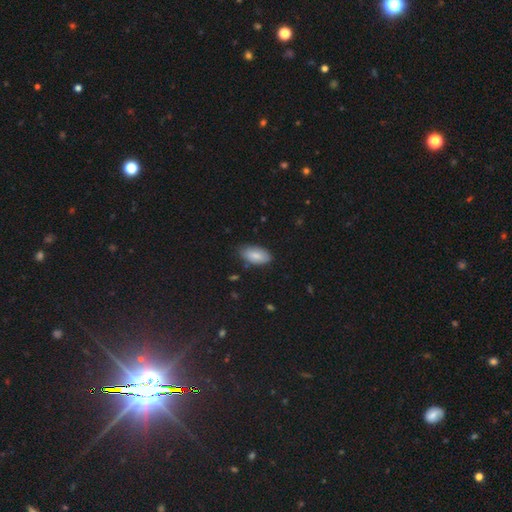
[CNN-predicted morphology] The model was most divided on "merging": none: 76%, minor disturbance: 20%, major disturbance: 3%, merger: 1%. More confident: how rounded — in between (94%); smooth or featured — smooth (84%).